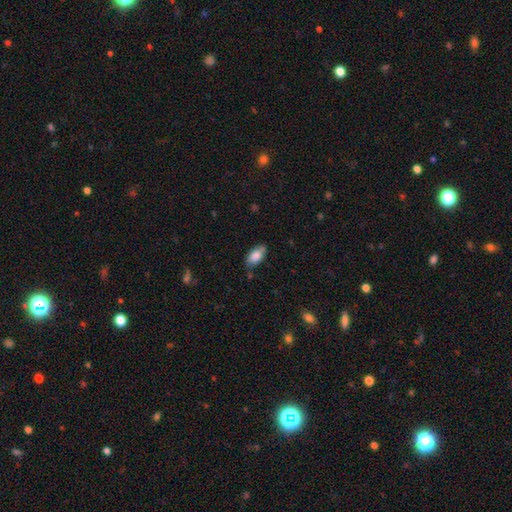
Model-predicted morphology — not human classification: Smooth or featured?
  - smooth: 79% *
  - featured or disk: 14%
  - star or artifact: 7%
How rounded?
  - in between: 92% *
  - cigar-shaped: 5%
  - round: 4%
Merging?
  - none: 69% *
  - minor disturbance: 23%
  - major disturbance: 5%
  - merger: 4%